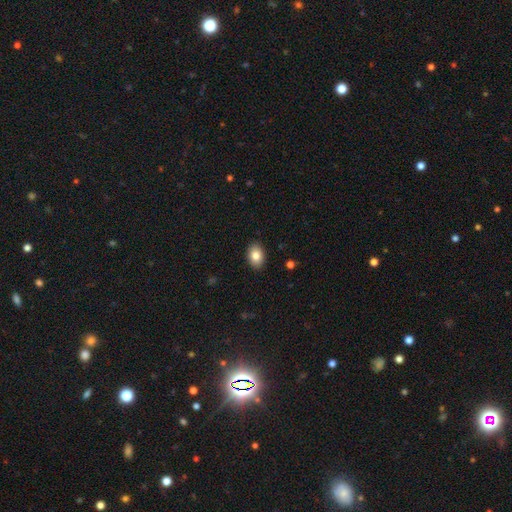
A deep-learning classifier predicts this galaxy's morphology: smooth-or-featured: smooth: 84% | featured or disk: 9% | star or artifact: 8%
  how-rounded: in between: 83% | round: 16% | cigar-shaped: 1%
  merging: none: 90% | minor disturbance: 8% | major disturbance: 2% | merger: 1%